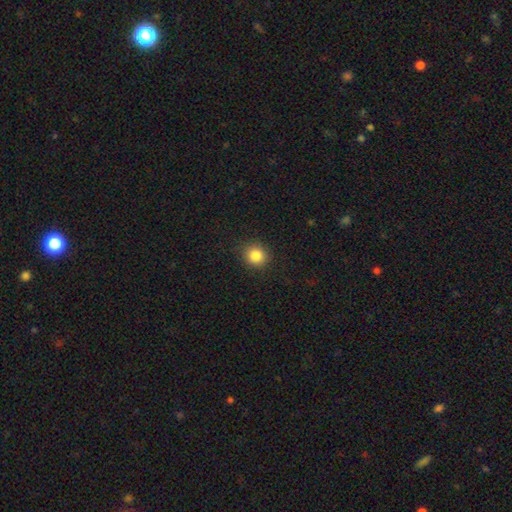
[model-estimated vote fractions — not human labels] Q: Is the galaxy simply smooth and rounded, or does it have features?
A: smooth — 86%.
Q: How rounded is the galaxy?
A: round — 89%.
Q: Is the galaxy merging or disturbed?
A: none — 89%.